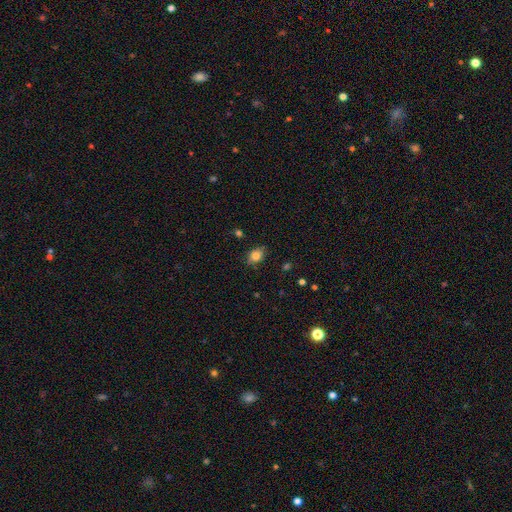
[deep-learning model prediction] This is clearly a smooth galaxy (82%). How rounded: likely in between (70%). Merging: clearly none (80%).